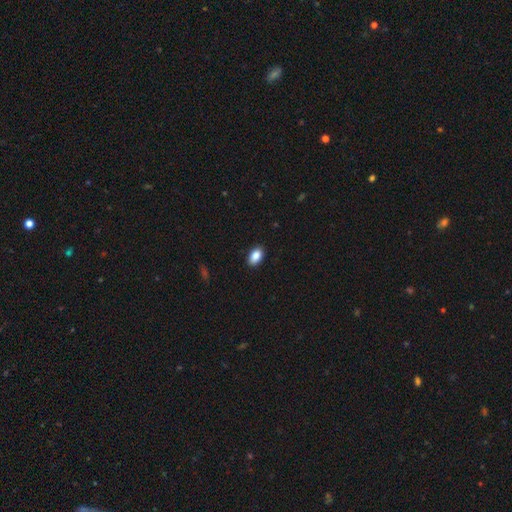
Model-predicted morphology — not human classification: Smooth or featured? smooth (88%)
How rounded? in between (92%)
Merging? none (90%)